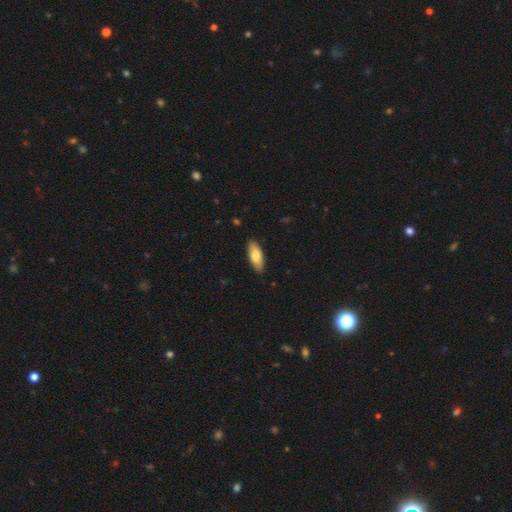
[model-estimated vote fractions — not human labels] Smooth or featured: smooth — 76% (featured or disk — 19%)
How rounded: in between — 77% (cigar-shaped — 21%)
Merging: none — 88% (minor disturbance — 10%)